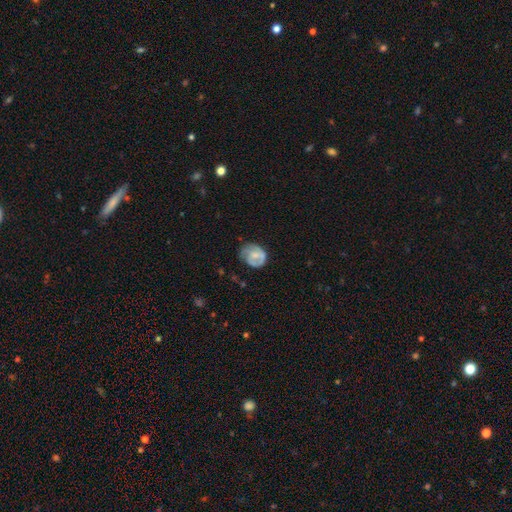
A featured or disk galaxy (53%) with no bar (61%), 1 (64%) tight (71%) spiral arms (78%) and a moderate central bulge (56%). Merging: none (41%, tied with minor disturbance).